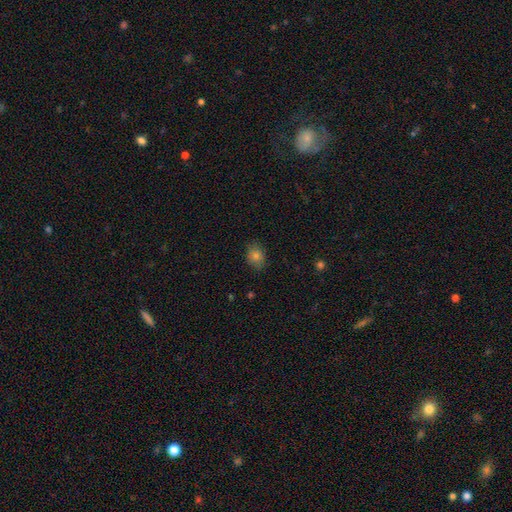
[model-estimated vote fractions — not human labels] Q: Smooth or featured?
A: smooth (77%); runner-up: star or artifact (12%)
Q: How rounded?
A: in between (63%); runner-up: round (35%)
Q: Merging?
A: none (83%); runner-up: minor disturbance (14%)